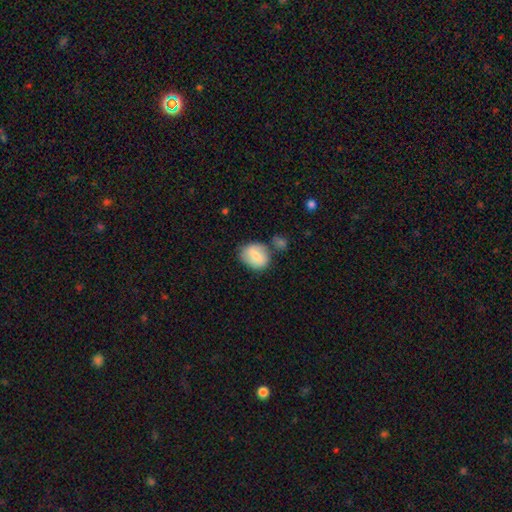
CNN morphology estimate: Q: Smooth or featured?
A: smooth (72%); runner-up: featured or disk (21%)
Q: How rounded?
A: in between (51%); runner-up: round (47%)
Q: Merging?
A: none (61%); runner-up: minor disturbance (20%)